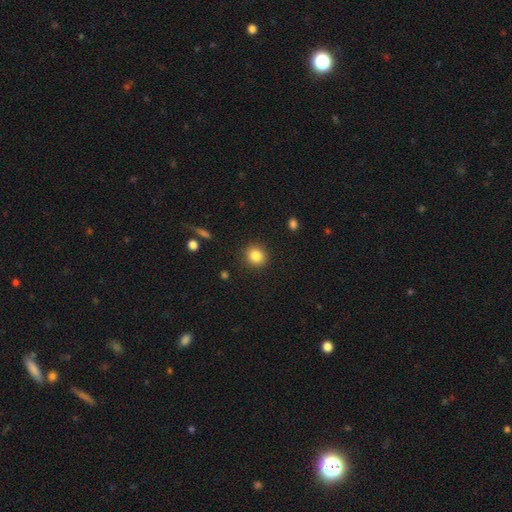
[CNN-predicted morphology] A smooth galaxy with no disk features (84%) that is round (86%).

Vote fractions:
- Smooth or featured? smooth: 84% / star or artifact: 10% / featured or disk: 6%
- How rounded? round: 86% / in between: 13% / cigar-shaped: 1%
- Merging? none: 90% / minor disturbance: 7% / major disturbance: 2% / merger: 1%